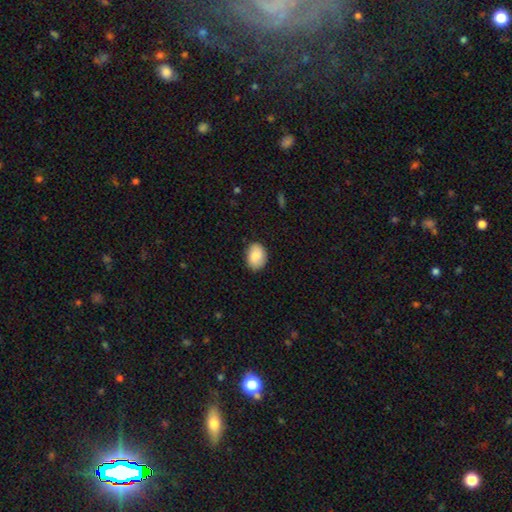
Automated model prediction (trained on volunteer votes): Q: Smooth or featured?
A: smooth (87%); runner-up: featured or disk (7%)
Q: How rounded?
A: in between (74%); runner-up: round (25%)
Q: Merging?
A: none (84%); runner-up: minor disturbance (12%)